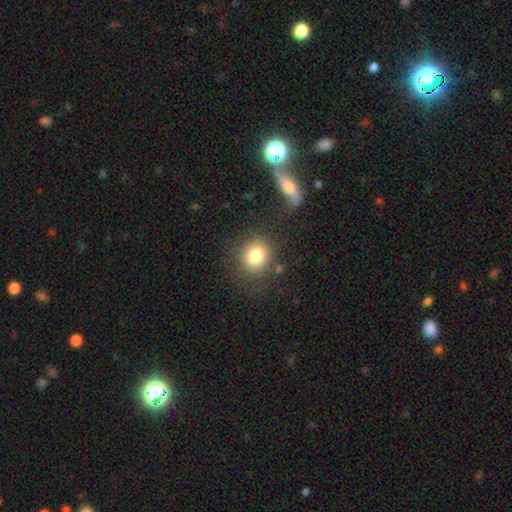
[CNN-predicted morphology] A smooth galaxy with no disk features (81%) that is round (79%).

Vote fractions:
- Smooth or featured? smooth: 81% / star or artifact: 10% / featured or disk: 9%
- How rounded? round: 79% / in between: 21% / cigar-shaped: 1%
- Merging? none: 79% / minor disturbance: 11% / major disturbance: 5% / merger: 4%